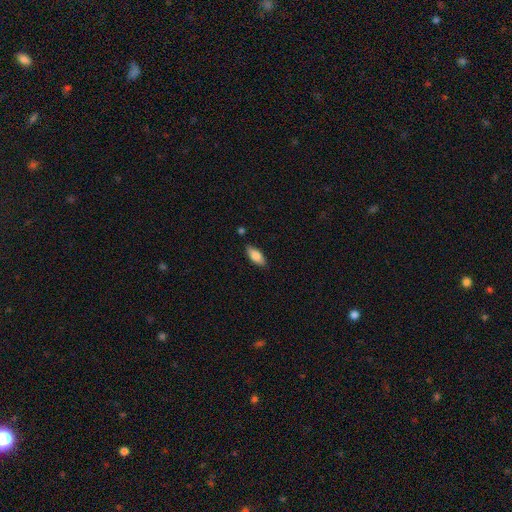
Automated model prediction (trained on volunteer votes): Q: Smooth or featured?
A: smooth (79%); runner-up: featured or disk (14%)
Q: How rounded?
A: in between (80%); runner-up: cigar-shaped (18%)
Q: Merging?
A: none (84%); runner-up: minor disturbance (12%)